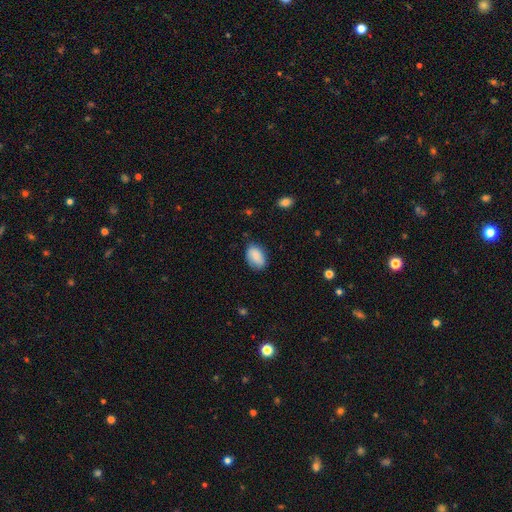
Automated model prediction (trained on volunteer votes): smooth-or-featured: smooth: 85% | featured or disk: 8% | star or artifact: 7%
  how-rounded: in between: 89% | round: 10% | cigar-shaped: 1%
  merging: none: 76% | minor disturbance: 19% | major disturbance: 4% | merger: 1%